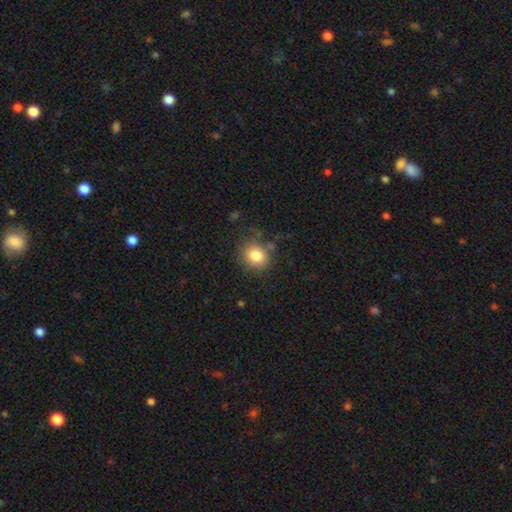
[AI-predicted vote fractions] This appears to be a smooth galaxy with no disk features (82%) that is round (80%). Merging: none (77%).